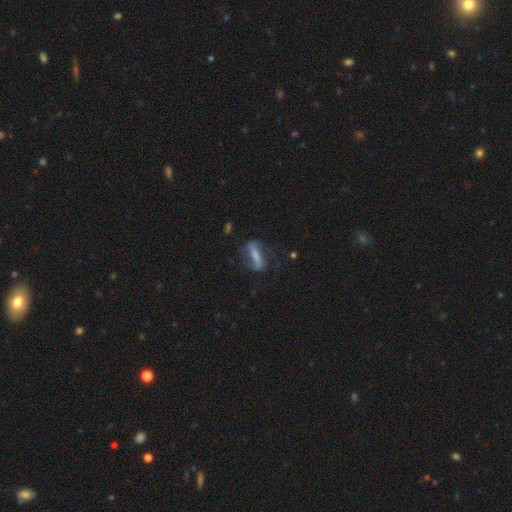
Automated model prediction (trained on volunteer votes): A featured or disk galaxy (52%). Merging: none (55%).